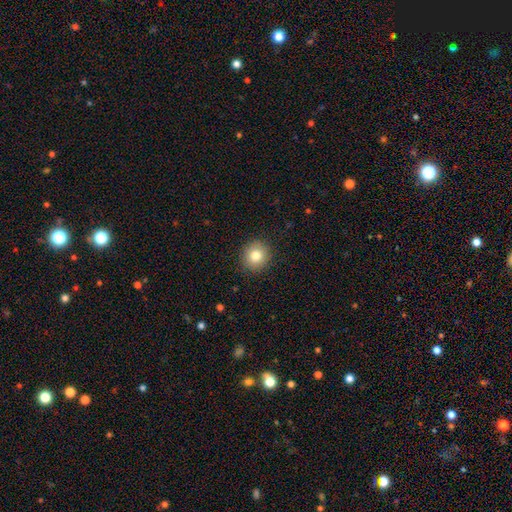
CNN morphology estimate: Overall: smooth (81%). How rounded: round (87%). Merging: none (90%).